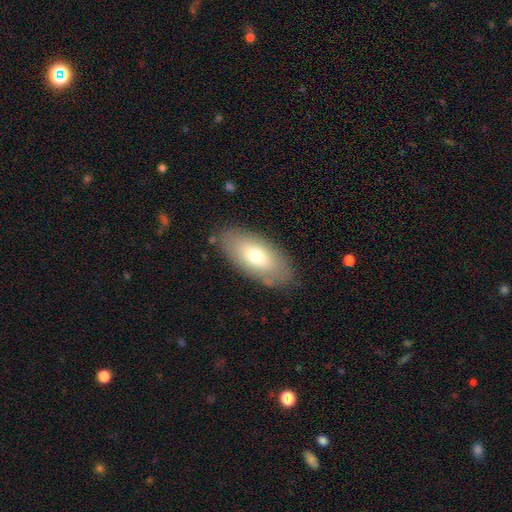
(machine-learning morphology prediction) This is likely a smooth galaxy (67%). How rounded: clearly in between (90%). Merging: clearly none (82%).